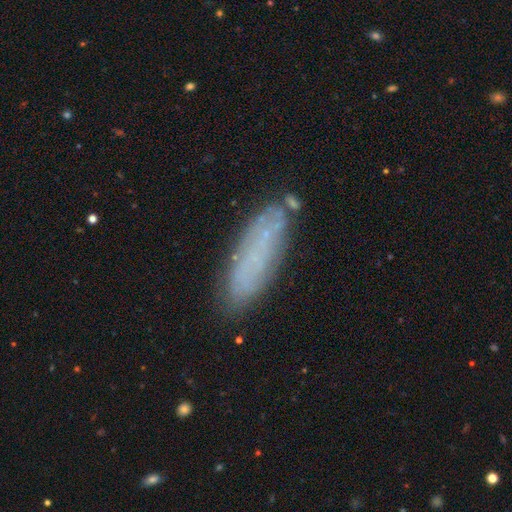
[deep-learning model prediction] A smooth galaxy with no disk features (51%) that is cigar-shaped (53%). Merging: none (77%).